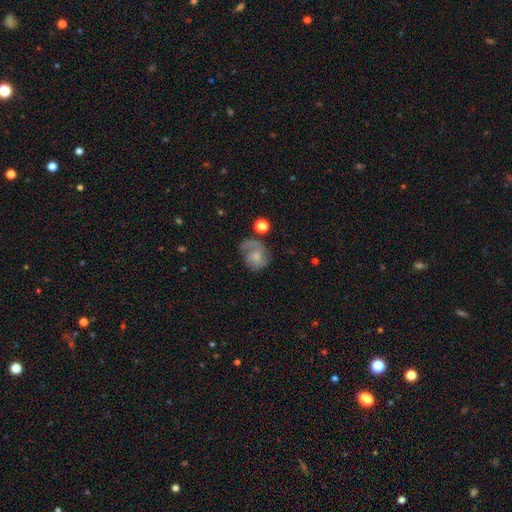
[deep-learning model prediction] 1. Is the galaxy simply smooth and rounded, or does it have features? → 47% smooth, 44% featured or disk, 9% star or artifact.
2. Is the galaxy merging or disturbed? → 43% none, 27% minor disturbance, 24% major disturbance, 6% merger.